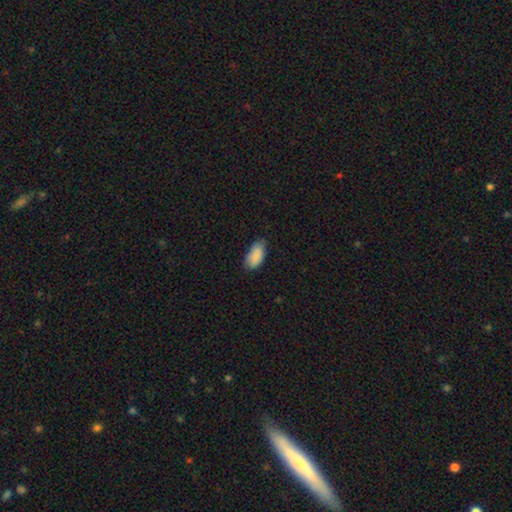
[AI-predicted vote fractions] This appears to be a smooth galaxy with no disk features (88%) that is in between round and cigar-shaped (94%). Merging: none (70%).